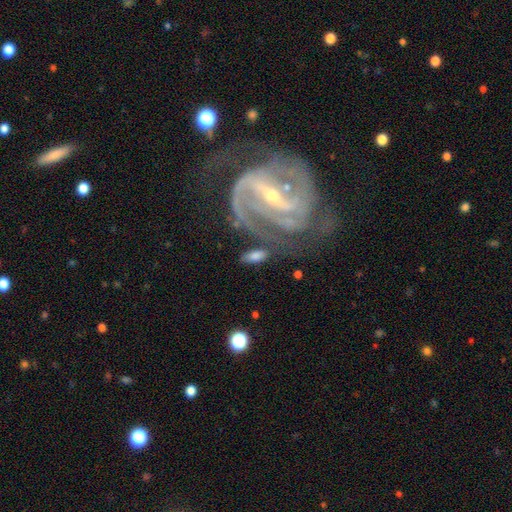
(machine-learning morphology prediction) This is possibly a smooth galaxy (49%). Merging: likely none (65%).